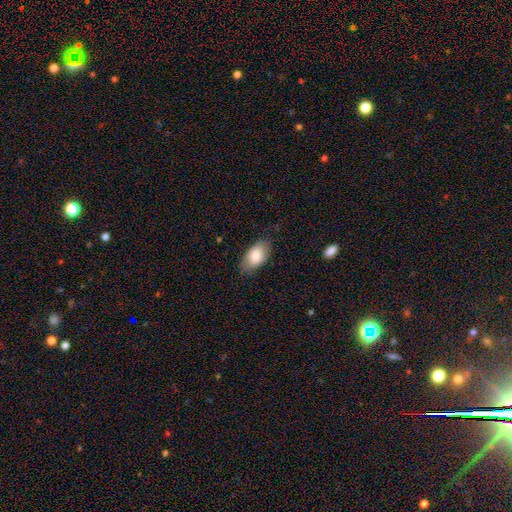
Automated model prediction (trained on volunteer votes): Smooth or featured?
  - smooth: 82% *
  - featured or disk: 12%
  - star or artifact: 6%
How rounded?
  - in between: 93% *
  - round: 4%
  - cigar-shaped: 3%
Merging?
  - none: 75% *
  - minor disturbance: 19%
  - major disturbance: 5%
  - merger: 1%